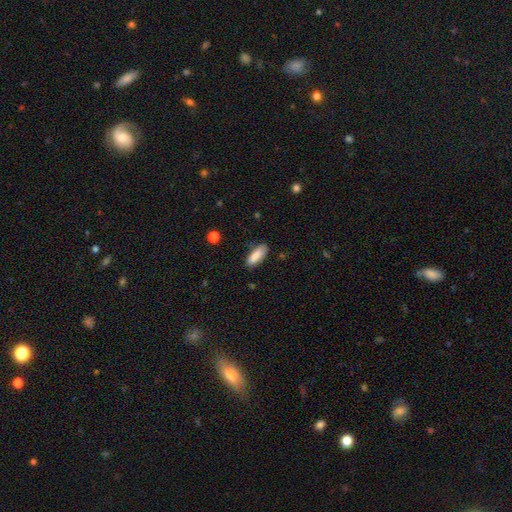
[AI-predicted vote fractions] Q: Smooth or featured?
A: smooth (86%); runner-up: featured or disk (8%)
Q: How rounded?
A: in between (69%); runner-up: cigar-shaped (29%)
Q: Merging?
A: none (80%); runner-up: minor disturbance (16%)